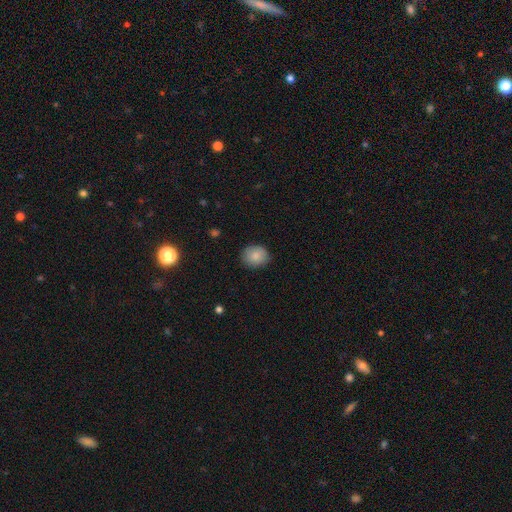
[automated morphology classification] A smooth galaxy with no disk features (86%) that is round (68%).

Vote fractions:
- Smooth or featured? smooth: 86% / star or artifact: 7% / featured or disk: 6%
- How rounded? round: 68% / in between: 31% / cigar-shaped: 1%
- Merging? none: 85% / minor disturbance: 12% / major disturbance: 3% / merger: 1%